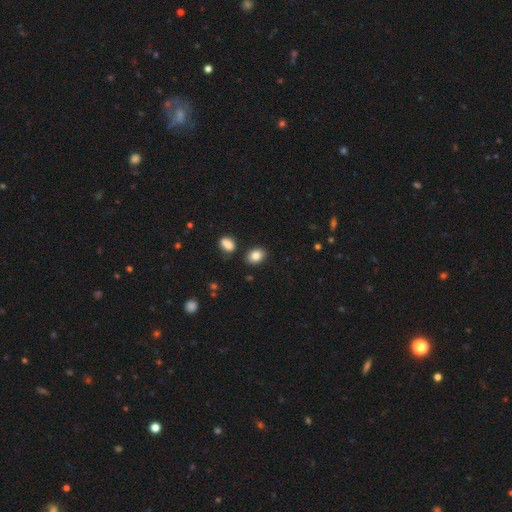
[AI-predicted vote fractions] Overall: smooth (85%). How rounded: in between (70%). Merging: none (83%).